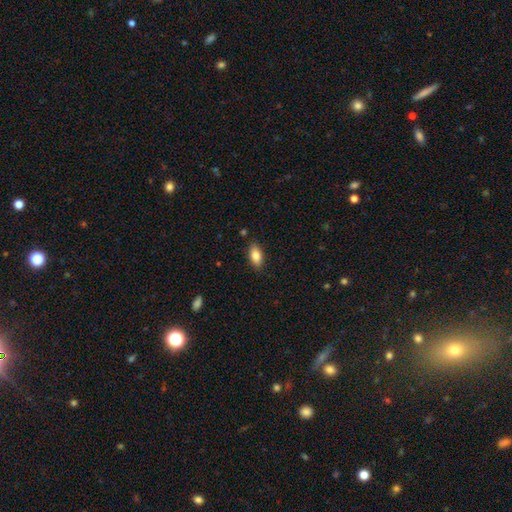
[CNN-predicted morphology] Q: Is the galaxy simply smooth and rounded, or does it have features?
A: smooth — 85%.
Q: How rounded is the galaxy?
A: in between — 91%.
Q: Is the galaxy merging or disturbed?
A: none — 86%.